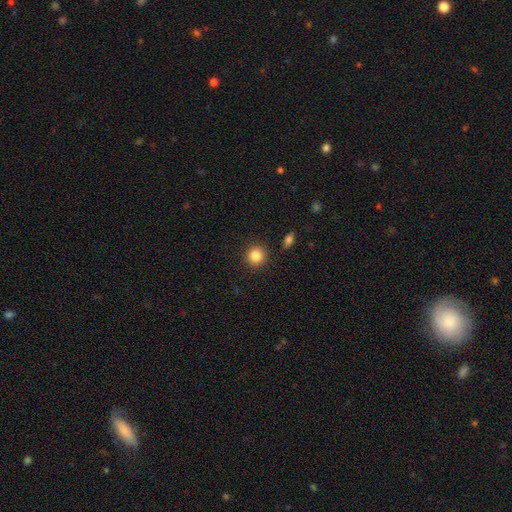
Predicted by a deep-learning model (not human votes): A smooth galaxy with no disk features (86%) that is round (92%). Merging: none (91%).